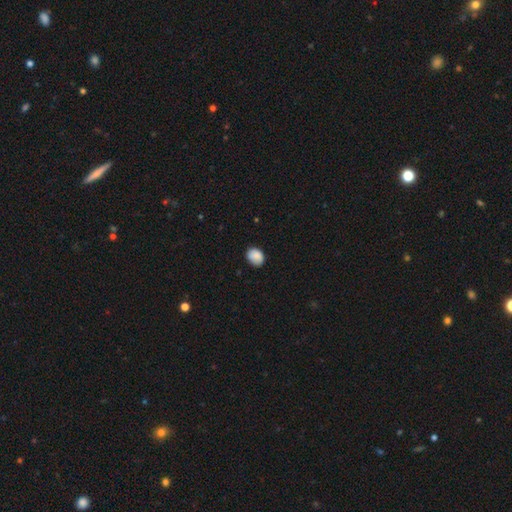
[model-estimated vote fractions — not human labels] smooth 87%, star or artifact 8%, featured or disk 5%. Down the decision tree: how rounded — in between (54%); merging — none (76%).